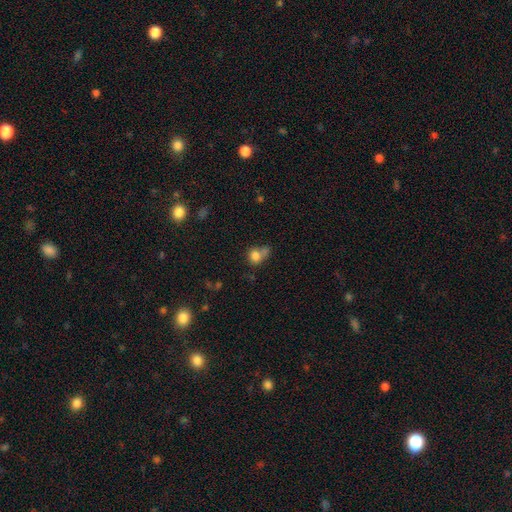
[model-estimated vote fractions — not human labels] smooth 80%, star or artifact 11%, featured or disk 9%. Down the decision tree: how rounded — round (67%); merging — none (38%).